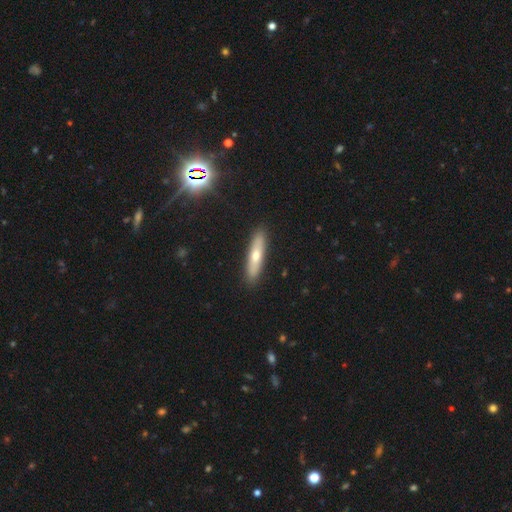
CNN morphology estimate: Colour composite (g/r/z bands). It shows a smooth galaxy with no disk features (58%) that is cigar-shaped (80%). Merging: none (90%).